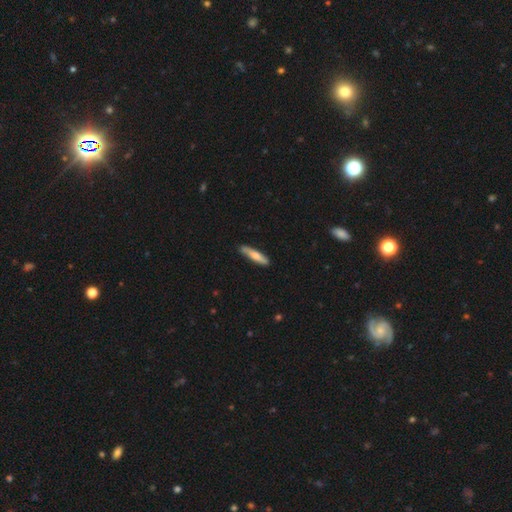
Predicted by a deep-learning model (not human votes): A smooth galaxy with no disk features (66%) that is cigar-shaped (85%). Merging: none (84%).